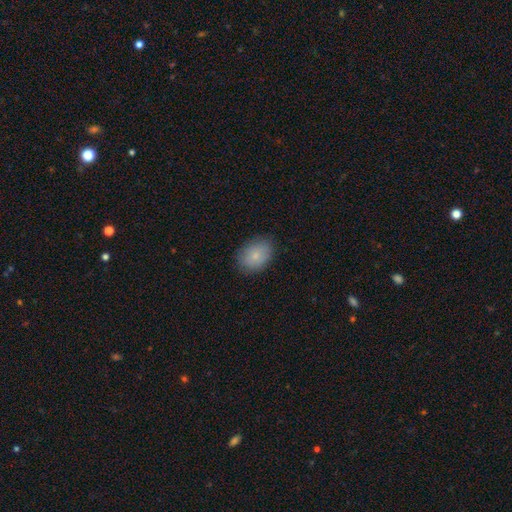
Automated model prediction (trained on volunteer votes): Overall: smooth (83%). How rounded: in between (79%). Merging: none (83%).